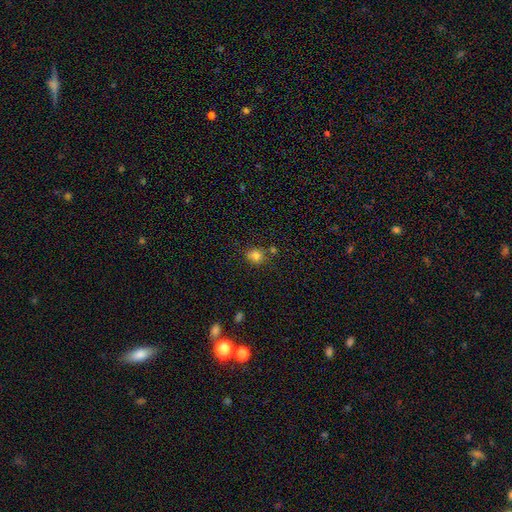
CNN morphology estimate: Smooth or featured? Predicted: smooth (p=0.80). How rounded? Predicted: round (p=0.75). Merging? Predicted: none (p=0.67).